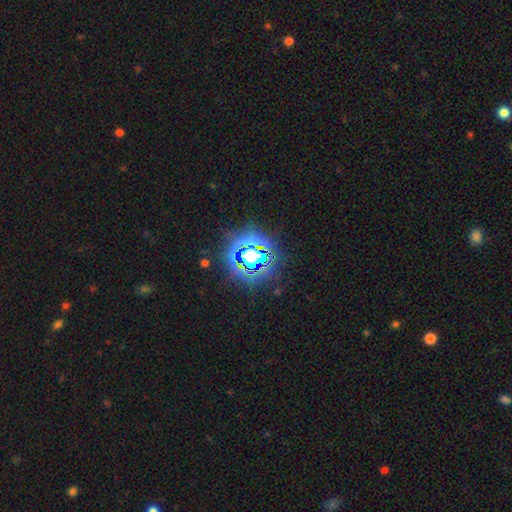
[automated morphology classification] The model was most divided on "smooth or featured": star or artifact: 74%, smooth: 15%, featured or disk: 11%.